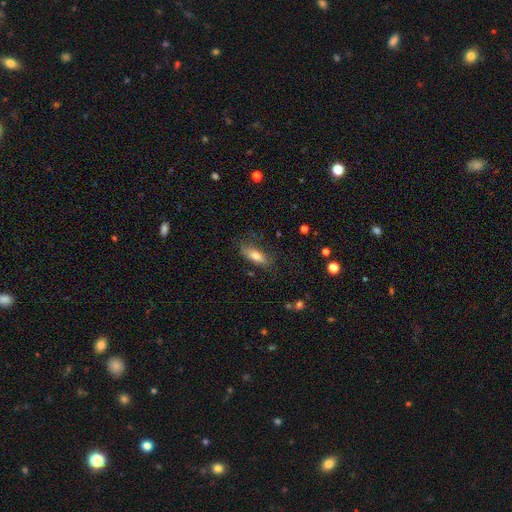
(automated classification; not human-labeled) Morphology: type=smooth (75%); roundness=in between (67%); merging=none (69%).